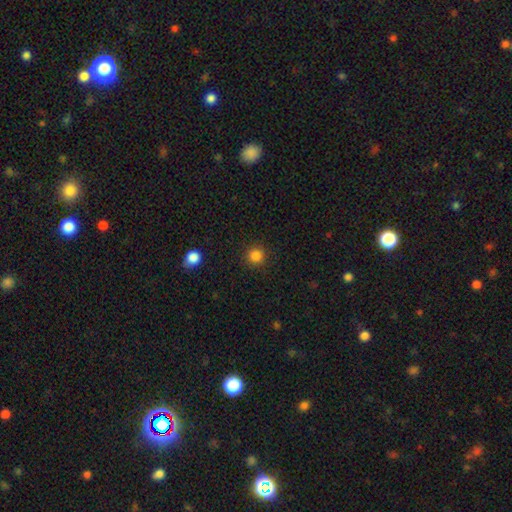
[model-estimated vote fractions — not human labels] The model was most divided on "smooth or featured": smooth: 85%, star or artifact: 12%, featured or disk: 3%. More confident: how rounded — round (94%); merging — none (90%).